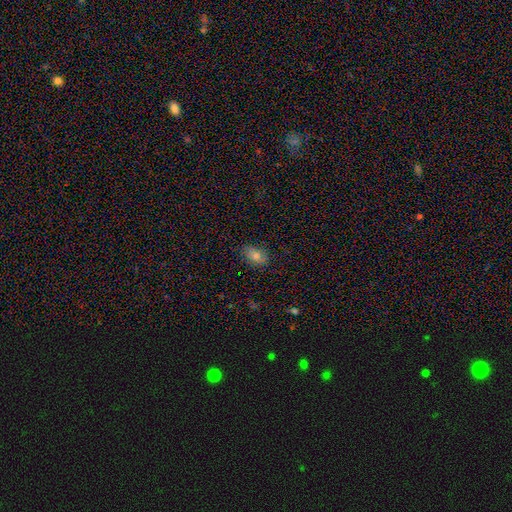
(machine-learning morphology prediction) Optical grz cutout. It shows a smooth galaxy with no disk features (76%) that is in between round and cigar-shaped (84%). Merging: none (82%).